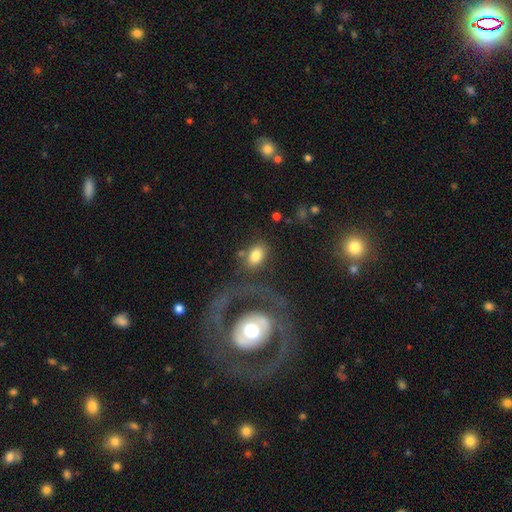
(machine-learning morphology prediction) smooth 78%, featured or disk 14%, star or artifact 8%. Down the decision tree: how rounded — in between (82%); merging — none (59%).